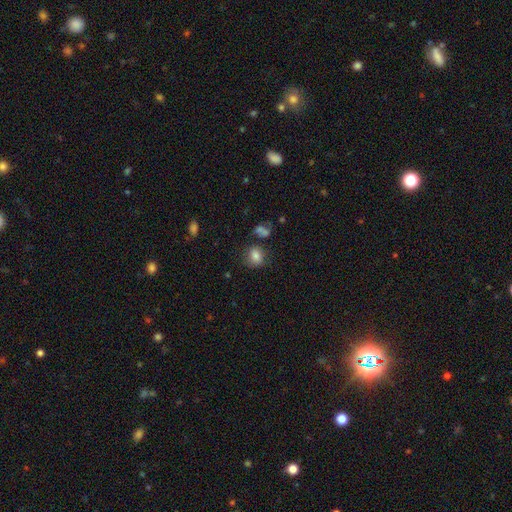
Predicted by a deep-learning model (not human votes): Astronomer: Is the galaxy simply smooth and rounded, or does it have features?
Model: smooth — 80%.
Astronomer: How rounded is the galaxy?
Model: round — 67%.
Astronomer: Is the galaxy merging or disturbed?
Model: none — 70%.